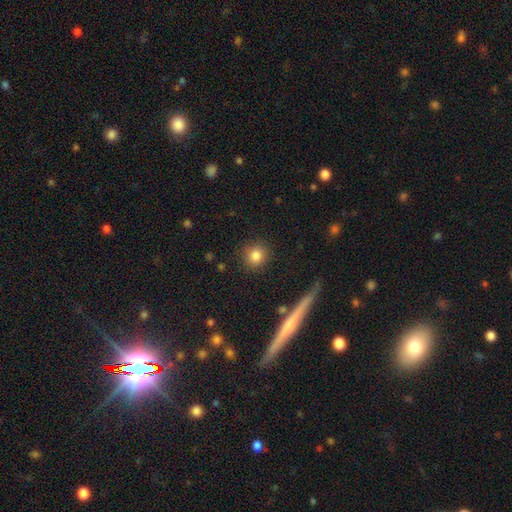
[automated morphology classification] type=smooth (82%); roundness=round (90%); merging=none (89%).